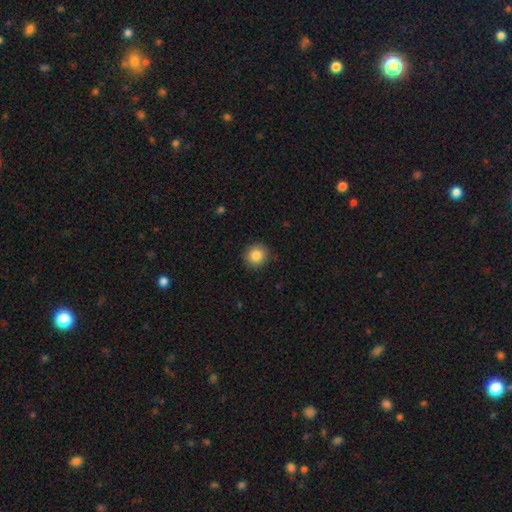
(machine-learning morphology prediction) This appears to be a smooth galaxy with no disk features (86%) that is round (92%). Merging: none (90%).